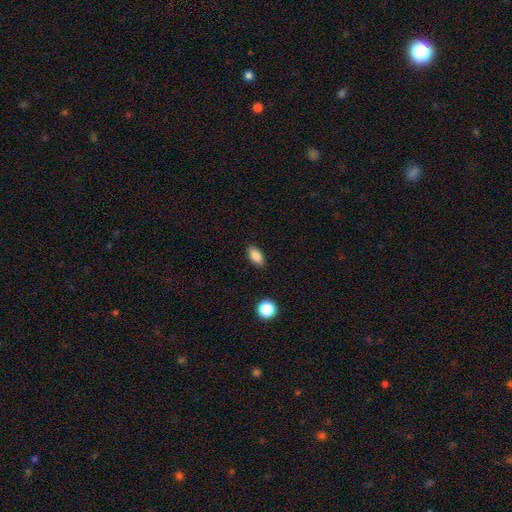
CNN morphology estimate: A smooth galaxy with no disk features (86%) that is in between round and cigar-shaped (89%).

Vote fractions:
- Smooth or featured? smooth: 86% / star or artifact: 8% / featured or disk: 6%
- How rounded? in between: 89% / cigar-shaped: 6% / round: 5%
- Merging? none: 86% / minor disturbance: 10% / major disturbance: 2% / merger: 1%